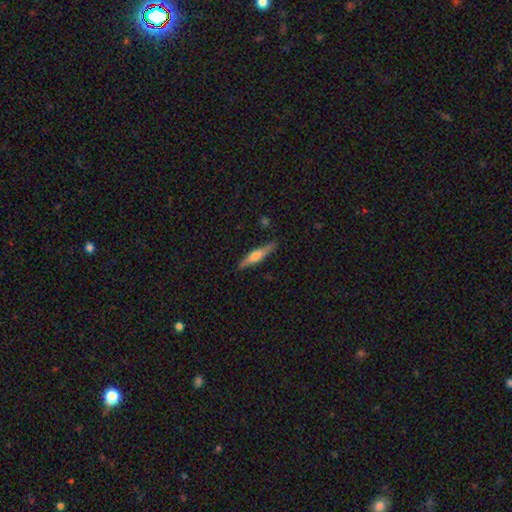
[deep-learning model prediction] Overall: featured or disk (54%; smooth 40%). Edge-on disk: yes (96%). Edge-on bulge: rounded (82%). Merging: none (87%).